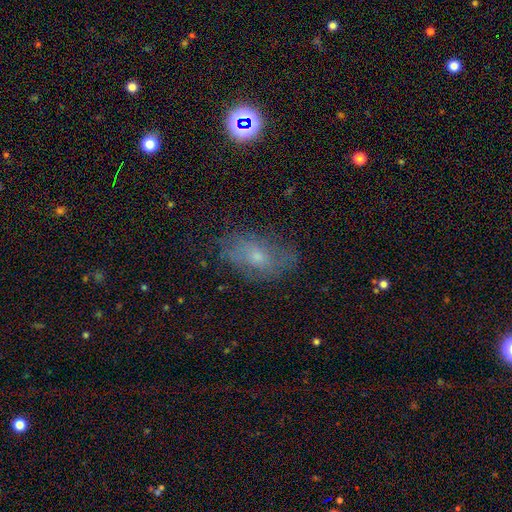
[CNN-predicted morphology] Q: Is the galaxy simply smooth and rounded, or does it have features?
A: smooth — 47%.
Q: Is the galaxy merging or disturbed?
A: none — 67%.